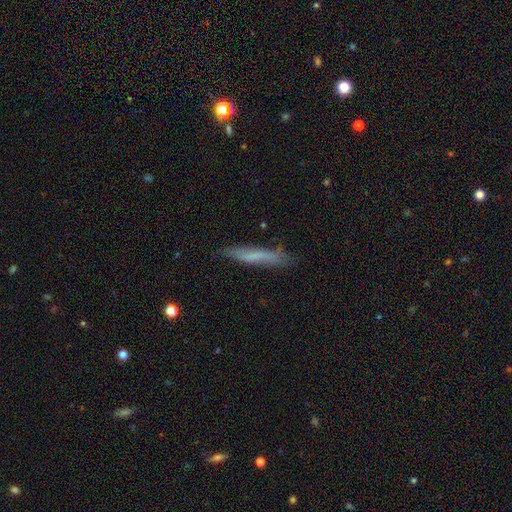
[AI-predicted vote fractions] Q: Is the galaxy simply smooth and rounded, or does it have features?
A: smooth — 57%.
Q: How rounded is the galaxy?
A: cigar-shaped — 93%.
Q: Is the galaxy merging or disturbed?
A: none — 75%.